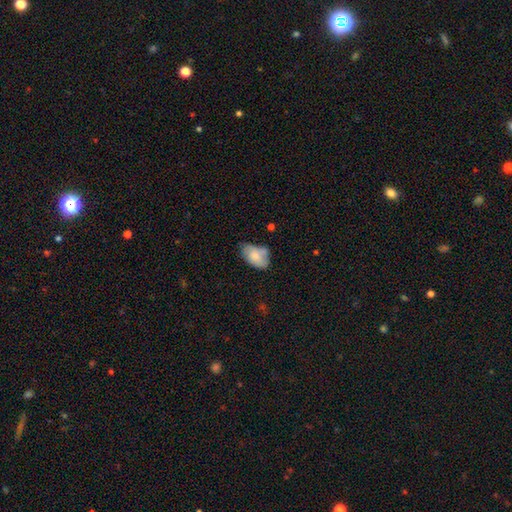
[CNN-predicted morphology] Q: Smooth or featured?
A: smooth (76%); runner-up: featured or disk (18%)
Q: How rounded?
A: in between (92%); runner-up: round (7%)
Q: Merging?
A: none (45%); runner-up: minor disturbance (33%)